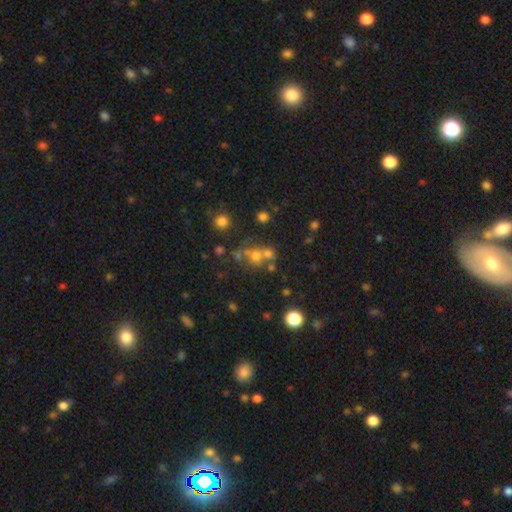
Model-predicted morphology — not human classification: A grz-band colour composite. It shows a smooth galaxy with no disk features (56%) that is round (77%). Merging: none (43%).